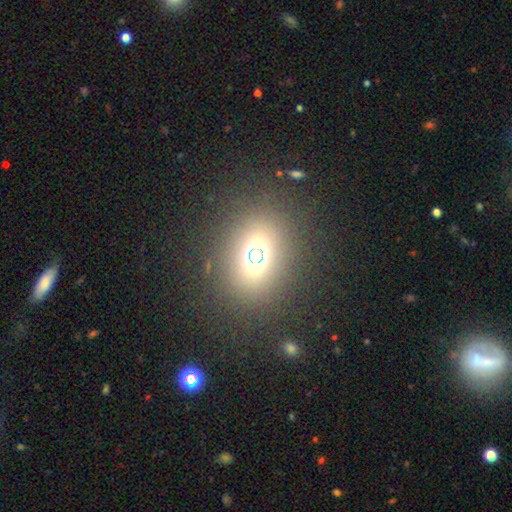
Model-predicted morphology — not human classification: A smooth galaxy with no disk features (55%) that is round (65%). Merging: none (85%).